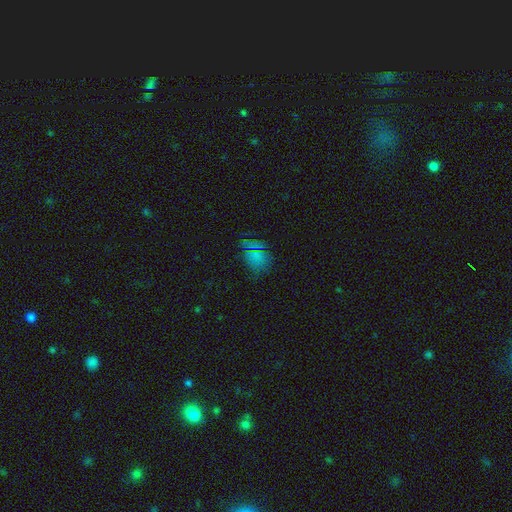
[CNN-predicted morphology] Smooth or featured: smooth — 59% (star or artifact — 32%)
How rounded: round — 66% (in between — 31%)
Merging: none — 72% (minor disturbance — 18%)